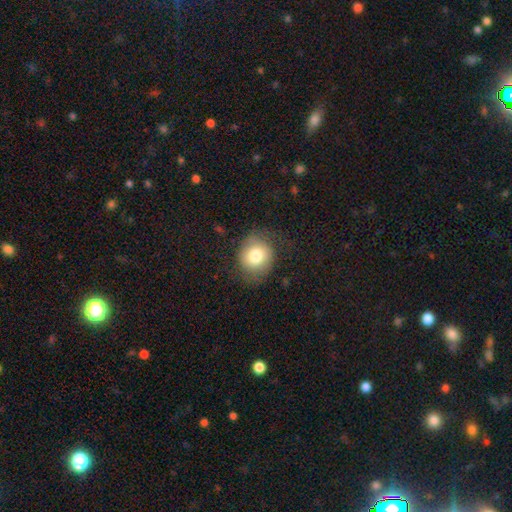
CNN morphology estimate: This is likely a smooth galaxy (74%). How rounded: likely round (74%). Merging: likely none (68%).